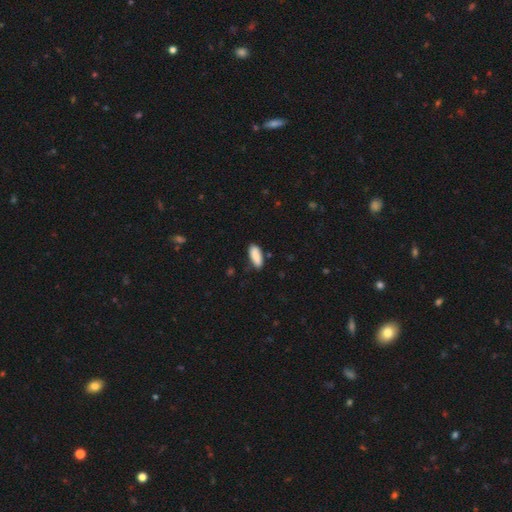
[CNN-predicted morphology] This is clearly a smooth galaxy (87%). How rounded: likely in between (76%). Merging: likely none (79%).